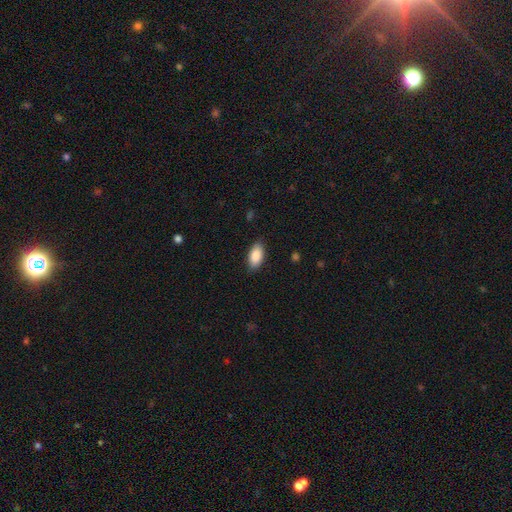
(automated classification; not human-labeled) Smooth or featured?
  - smooth: 89% *
  - star or artifact: 6%
  - featured or disk: 5%
How rounded?
  - in between: 94% *
  - cigar-shaped: 4%
  - round: 3%
Merging?
  - none: 87% *
  - minor disturbance: 10%
  - major disturbance: 2%
  - merger: 1%